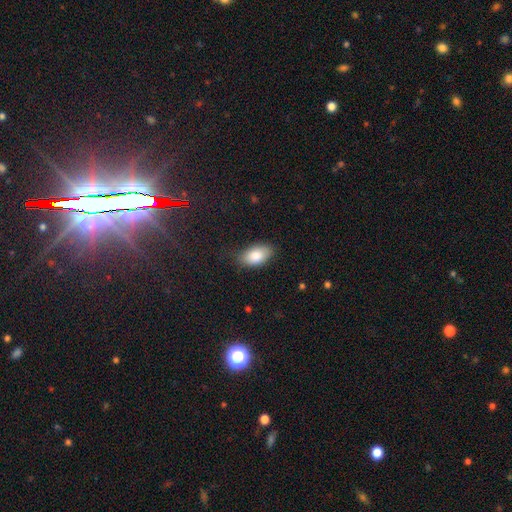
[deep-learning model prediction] smooth-or-featured: smooth: 85% | featured or disk: 9% | star or artifact: 7%
  how-rounded: in between: 93% | round: 5% | cigar-shaped: 2%
  merging: none: 77% | minor disturbance: 18% | major disturbance: 4% | merger: 1%